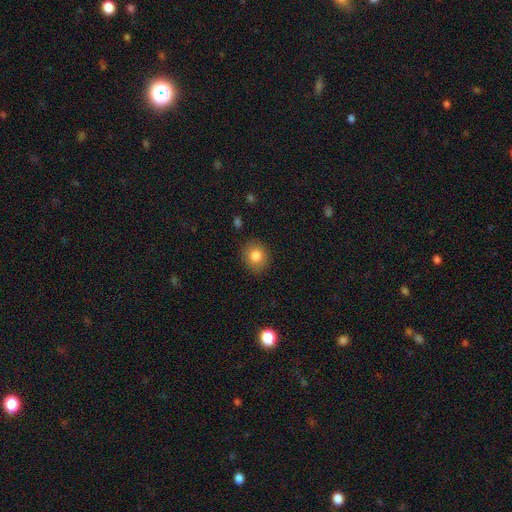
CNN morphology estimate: The model was most divided on "how rounded": round: 69%, in between: 30%, cigar-shaped: 1%. More confident: merging — none (86%); smooth or featured — smooth (82%).